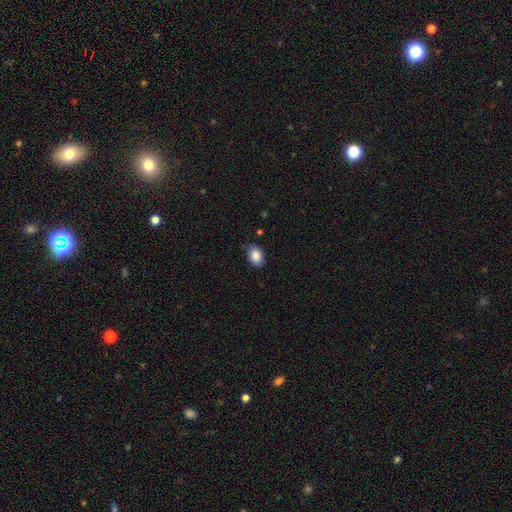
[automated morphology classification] Q: Smooth or featured?
A: smooth (87%); runner-up: star or artifact (8%)
Q: How rounded?
A: in between (82%); runner-up: round (17%)
Q: Merging?
A: none (85%); runner-up: minor disturbance (12%)